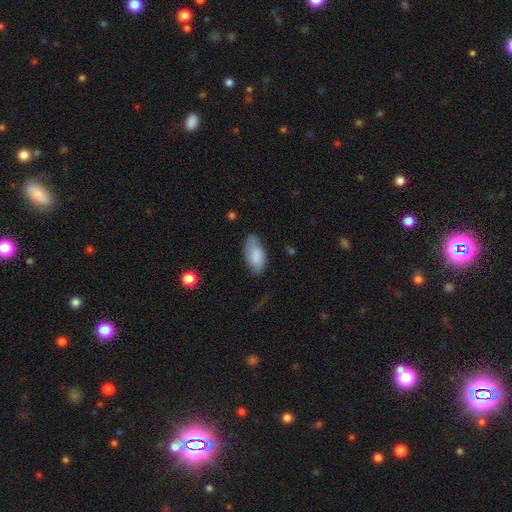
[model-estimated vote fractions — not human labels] Smooth or featured? smooth (80%)
How rounded? in between (92%)
Merging? none (65%)